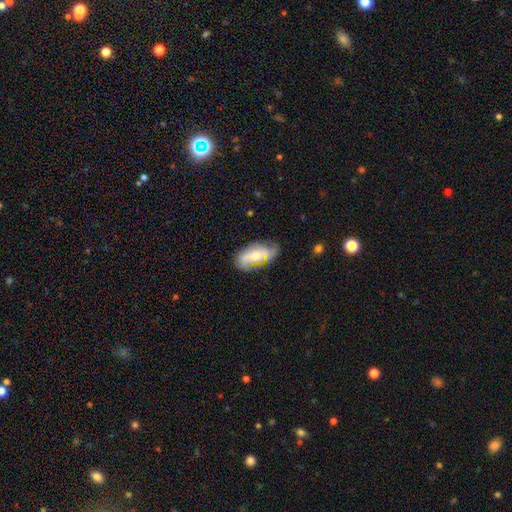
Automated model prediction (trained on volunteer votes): smooth-or-featured: featured or disk: 49% | smooth: 44% | star or artifact: 7%
  merging: none: 59% | minor disturbance: 28% | major disturbance: 10% | merger: 2%